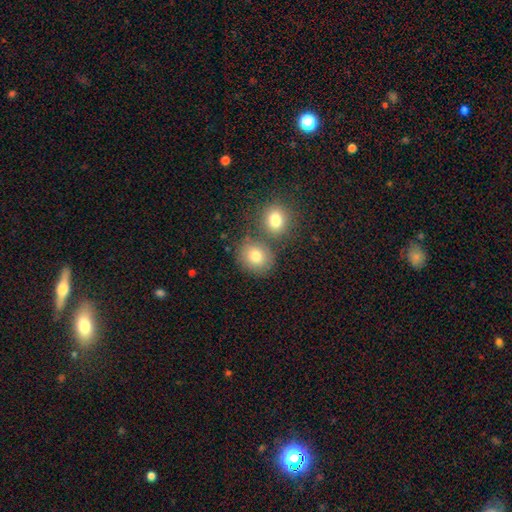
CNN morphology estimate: A smooth galaxy with no disk features (80%) that is round (75%).

Vote fractions:
- Smooth or featured? smooth: 80% / star or artifact: 11% / featured or disk: 9%
- How rounded? round: 75% / in between: 24% / cigar-shaped: 1%
- Merging? none: 65% / merger: 21% / minor disturbance: 10% / major disturbance: 3%